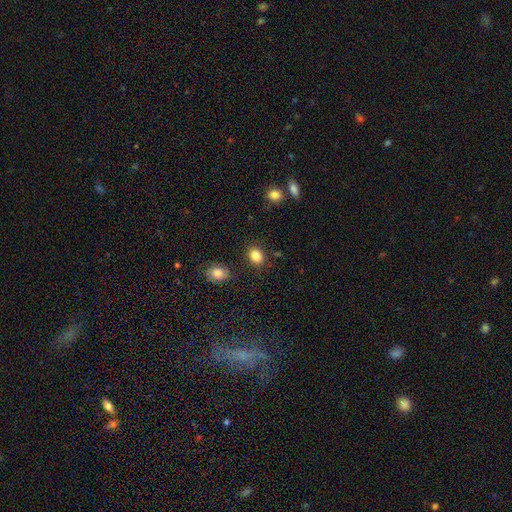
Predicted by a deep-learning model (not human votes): This appears to be a smooth galaxy with no disk features (85%) that is in between round and cigar-shaped (56%). Merging: none (86%).